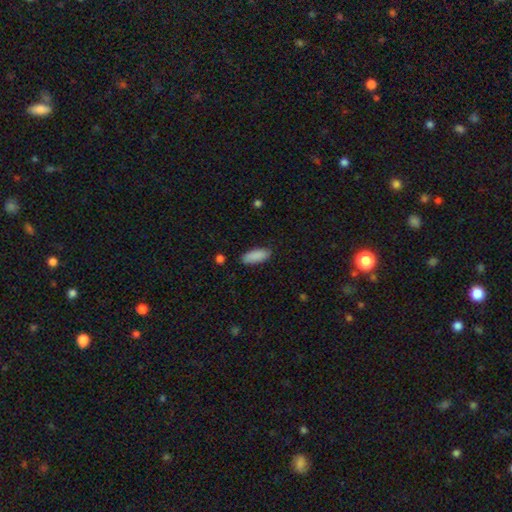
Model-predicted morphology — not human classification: The model was most divided on "how rounded": in between: 78%, cigar-shaped: 20%, round: 2%. More confident: smooth or featured — smooth (89%); merging — none (84%).